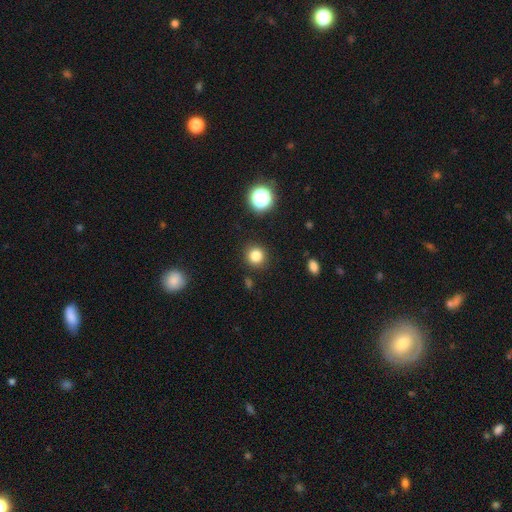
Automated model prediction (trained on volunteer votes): smooth 82%, star or artifact 13%, featured or disk 5%. Down the decision tree: how rounded — round (92%); merging — none (90%).